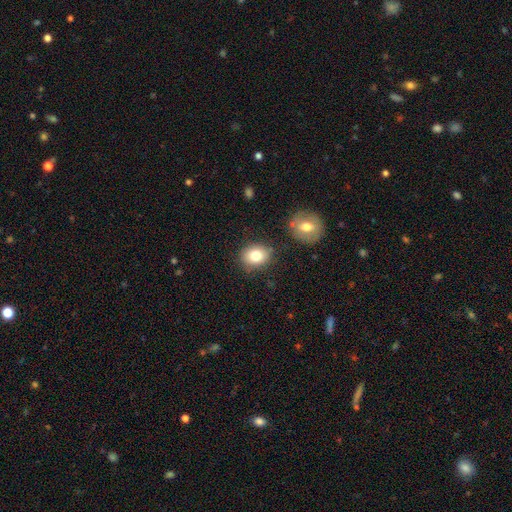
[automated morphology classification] This appears to be a smooth galaxy with no disk features (79%) that is round (57%). Merging: none (80%).